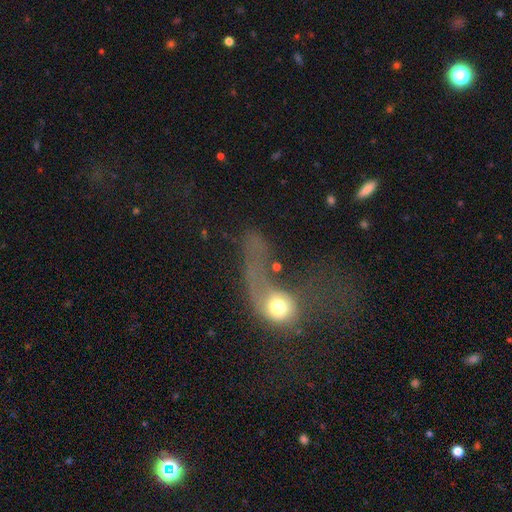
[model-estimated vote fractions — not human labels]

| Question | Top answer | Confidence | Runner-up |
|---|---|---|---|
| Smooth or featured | smooth | 48% | featured or disk (37%) |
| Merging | major disturbance | 65% | merger (13%) |